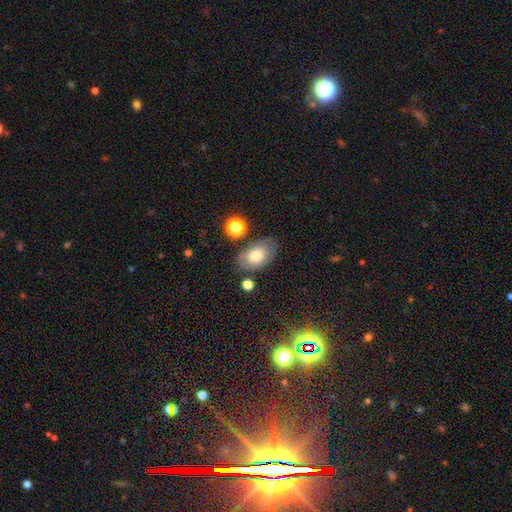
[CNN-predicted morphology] A smooth galaxy with no disk features (71%) that is in between round and cigar-shaped (90%). Merging: none (71%).